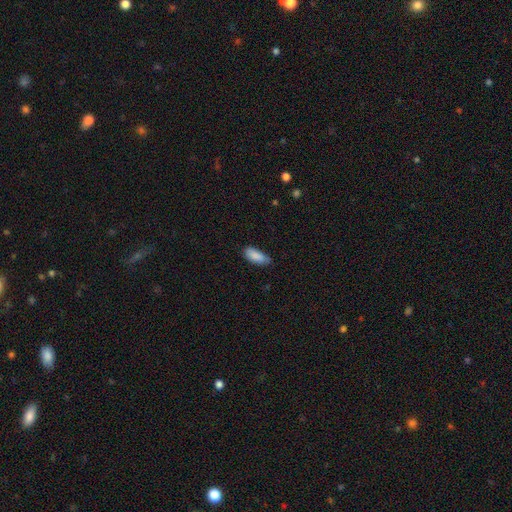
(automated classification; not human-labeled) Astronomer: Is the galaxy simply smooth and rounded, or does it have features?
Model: smooth — 88%.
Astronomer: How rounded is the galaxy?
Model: in between — 81%.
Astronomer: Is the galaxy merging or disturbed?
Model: none — 66%.